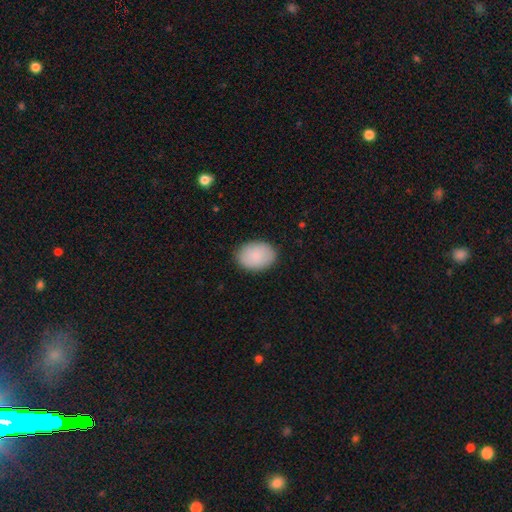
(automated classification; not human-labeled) smooth 88%, featured or disk 6%, star or artifact 6%. Down the decision tree: how rounded — in between (81%); merging — none (87%).